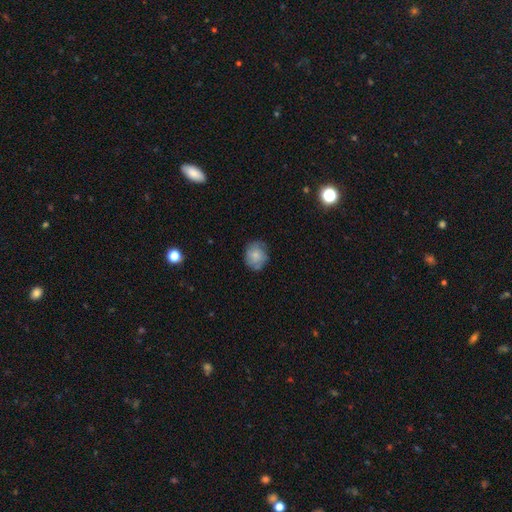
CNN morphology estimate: A smooth galaxy with no disk features (68%) that is round (74%). Merging: none (72%).